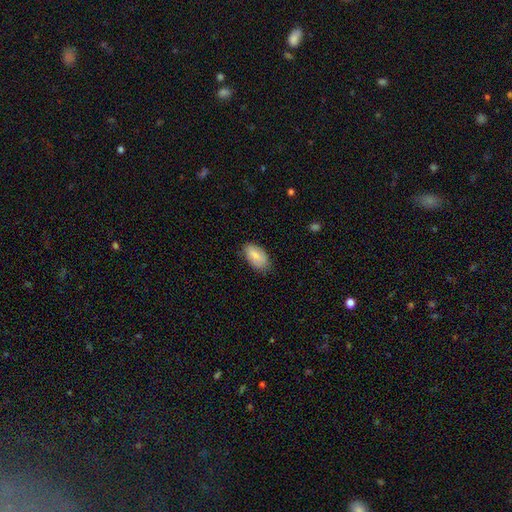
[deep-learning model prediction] The model was most divided on "merging": none: 74%, minor disturbance: 21%, major disturbance: 4%, merger: 1%. More confident: how rounded — in between (94%); smooth or featured — smooth (82%).